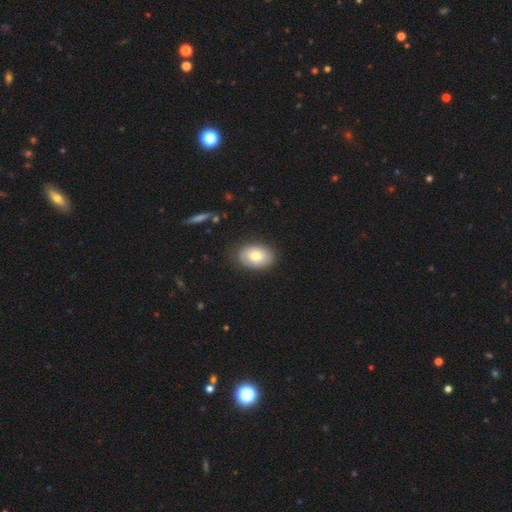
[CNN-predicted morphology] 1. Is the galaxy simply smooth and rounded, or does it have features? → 74% smooth, 19% featured or disk, 7% star or artifact.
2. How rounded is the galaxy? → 85% in between, 14% round, 1% cigar-shaped.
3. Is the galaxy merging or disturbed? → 84% none, 11% minor disturbance, 3% major disturbance, 1% merger.